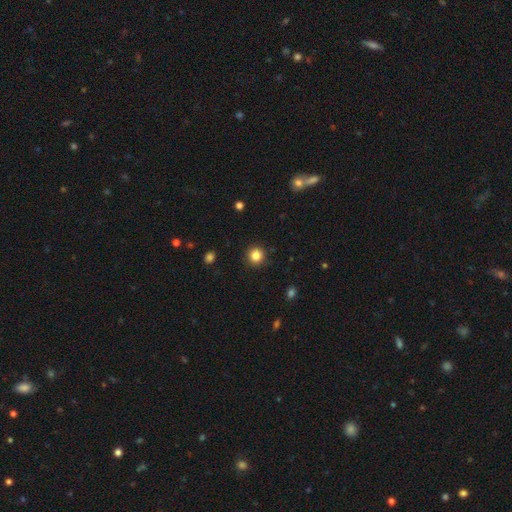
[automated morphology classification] smooth 83%, star or artifact 12%, featured or disk 5%. Down the decision tree: how rounded — round (95%); merging — none (92%).